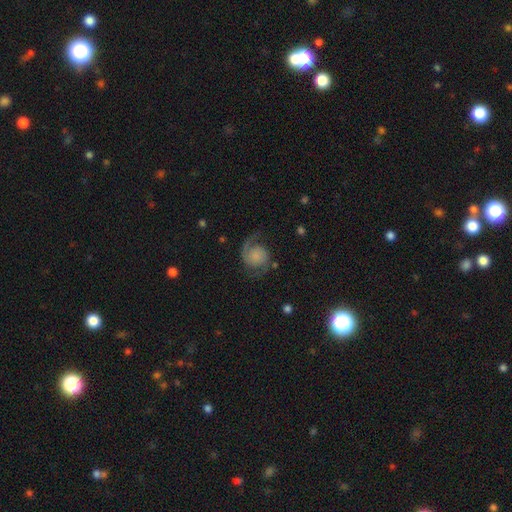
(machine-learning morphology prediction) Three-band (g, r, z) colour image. It shows a featured or disk galaxy (83%) with no bar (74%), 2 (92%) medium (49%) spiral arms (97%) and no central bulge (45%). Merging: none (73%).